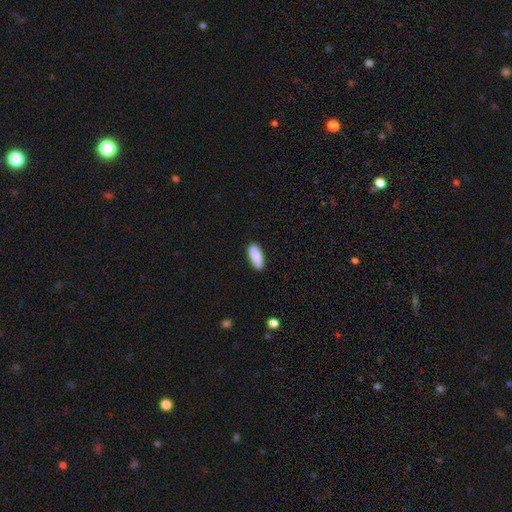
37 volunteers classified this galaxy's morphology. smooth-or-featured: smooth: 86% | star or artifact: 8% | featured or disk: 5%
  how-rounded: in between: 59% | cigar-shaped: 41% | round: 0%
  merging: none: 88% | minor disturbance: 6% | major disturbance: 6% | merger: 0%